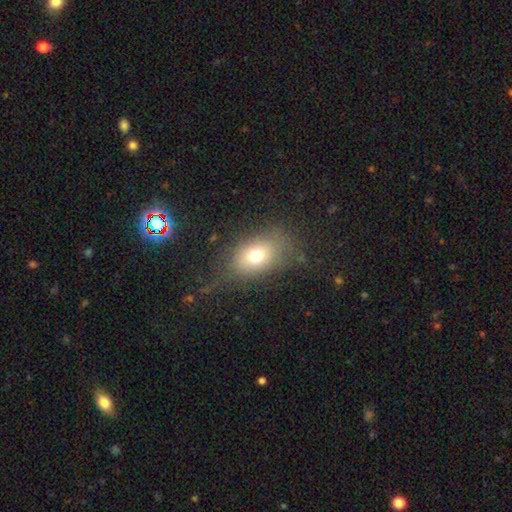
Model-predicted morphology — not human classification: Q: Smooth or featured?
A: smooth (71%); runner-up: featured or disk (16%)
Q: How rounded?
A: in between (73%); runner-up: round (25%)
Q: Merging?
A: none (68%); runner-up: minor disturbance (17%)